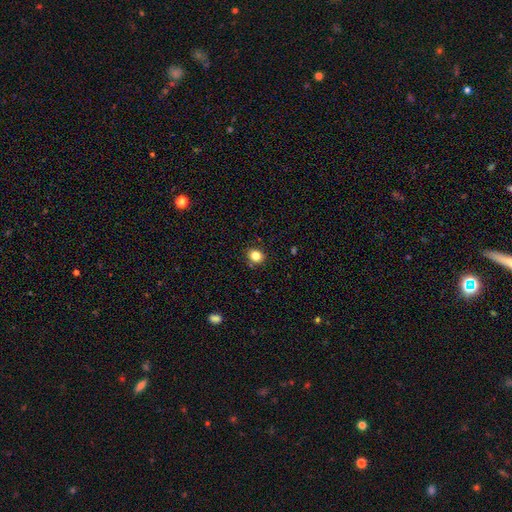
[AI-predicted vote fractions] A smooth galaxy with no disk features (82%) that is round (72%). Merging: none (88%).